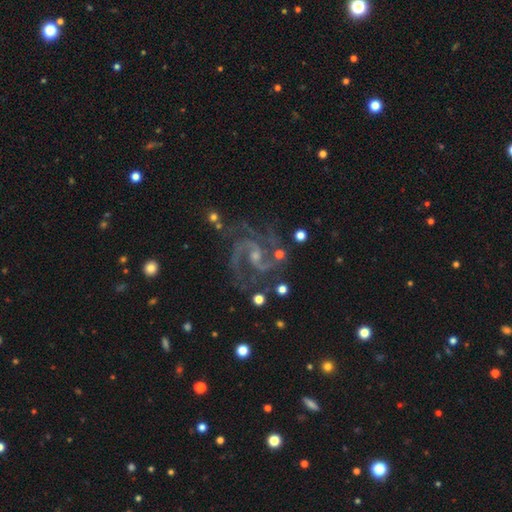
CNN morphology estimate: Smooth or featured? featured or disk (92%)
Edge-on disk? no (98%)
Bar? weak (49%)
Spiral arms? yes (99%)
Spiral winding? medium (63%)
Spiral arm count? 2 (73%)
Bulge size? small (67%)
Merging? none (70%)